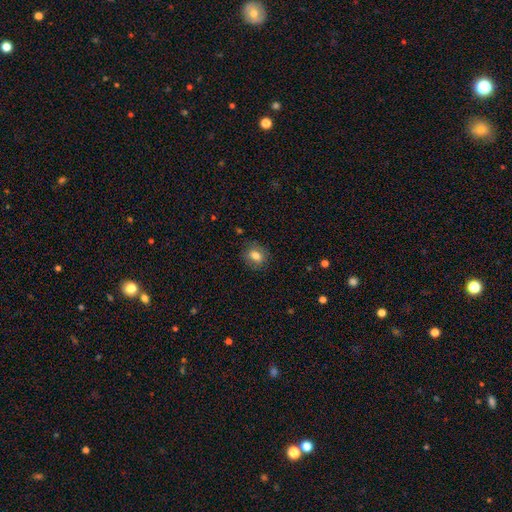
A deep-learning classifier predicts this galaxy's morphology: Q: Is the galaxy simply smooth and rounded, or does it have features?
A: smooth — 78%.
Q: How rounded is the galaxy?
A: round — 57%.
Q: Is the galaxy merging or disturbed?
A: none — 83%.